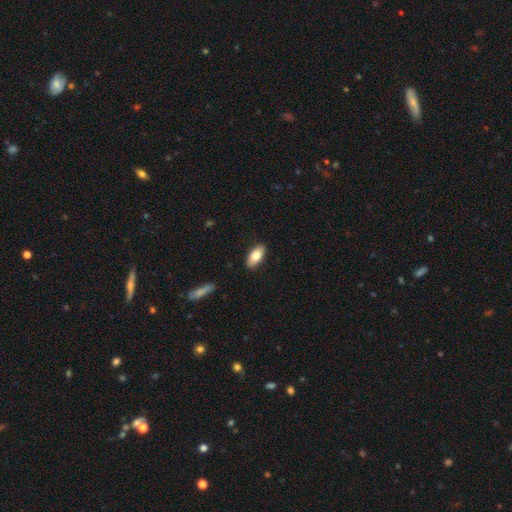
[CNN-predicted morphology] The model was most divided on "smooth or featured": smooth: 77%, featured or disk: 17%, star or artifact: 6%. More confident: merging — none (90%); how rounded — in between (89%).